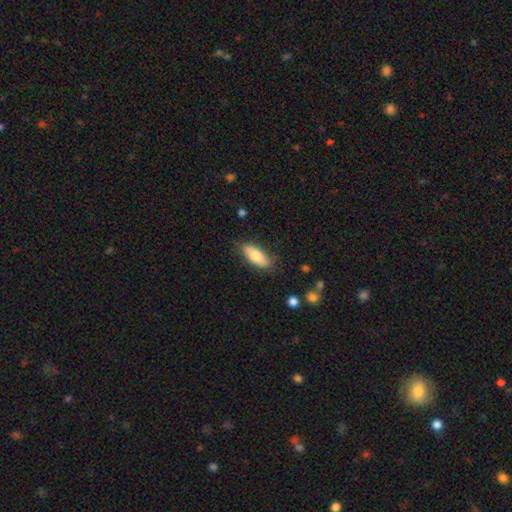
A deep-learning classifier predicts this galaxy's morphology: A smooth galaxy with no disk features (73%) that is in between round and cigar-shaped (78%).

Vote fractions:
- Smooth or featured? smooth: 73% / featured or disk: 21% / star or artifact: 6%
- How rounded? in between: 78% / cigar-shaped: 20% / round: 2%
- Merging? none: 79% / minor disturbance: 16% / major disturbance: 3% / merger: 2%